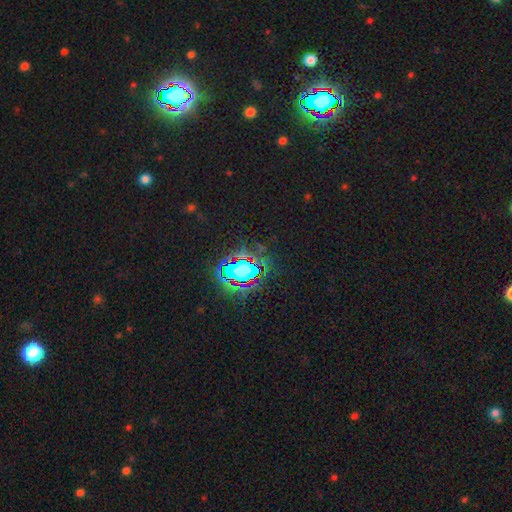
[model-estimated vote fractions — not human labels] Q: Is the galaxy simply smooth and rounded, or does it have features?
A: star or artifact — 79%.